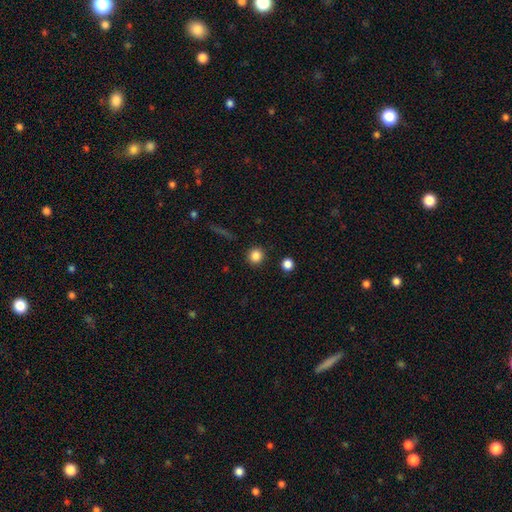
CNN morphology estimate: This appears to be a smooth galaxy with no disk features (85%) that is round (94%). Merging: none (91%).